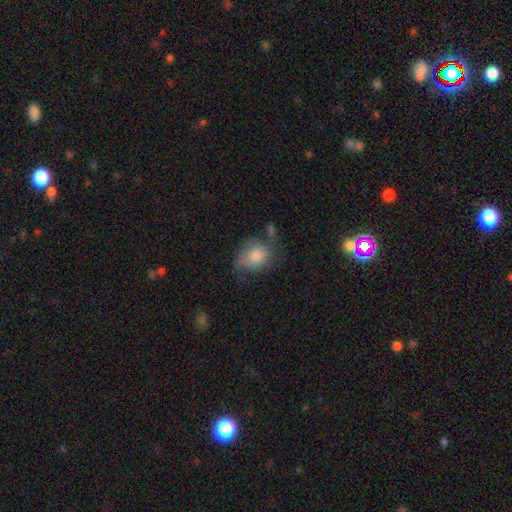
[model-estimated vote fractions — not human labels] Smooth or featured? smooth (69%)
How rounded? round (55%)
Merging? none (46%)